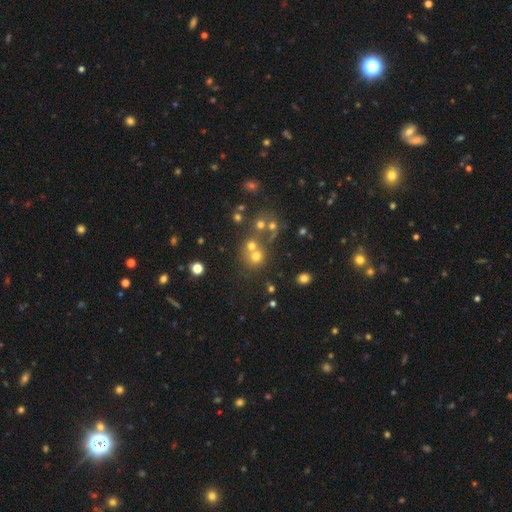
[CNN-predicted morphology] Q: Smooth or featured?
A: smooth (60%); runner-up: star or artifact (23%)
Q: How rounded?
A: round (82%); runner-up: in between (17%)
Q: Merging?
A: none (46%); runner-up: merger (40%)